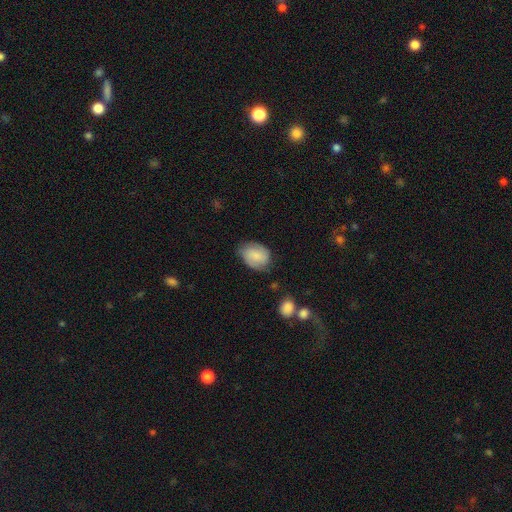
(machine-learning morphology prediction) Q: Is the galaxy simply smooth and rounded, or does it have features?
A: smooth — 76%.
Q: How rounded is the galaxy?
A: in between — 72%.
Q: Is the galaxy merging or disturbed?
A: none — 67%.